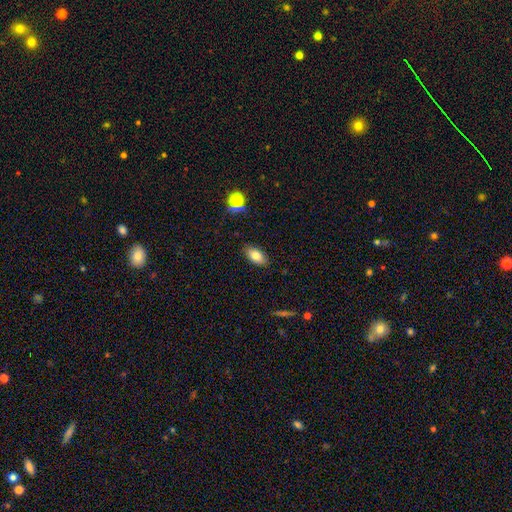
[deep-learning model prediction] This is likely a smooth galaxy (79%). How rounded: clearly in between (91%). Merging: clearly none (87%).